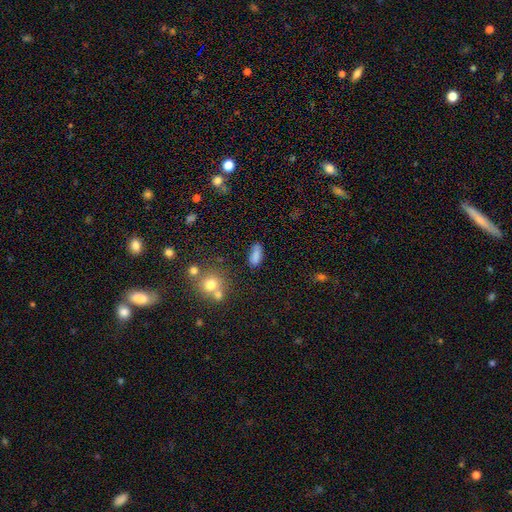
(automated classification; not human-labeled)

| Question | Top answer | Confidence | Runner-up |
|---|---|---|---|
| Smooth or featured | smooth | 81% | star or artifact (10%) |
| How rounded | in between | 81% | cigar-shaped (15%) |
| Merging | none | 71% | minor disturbance (17%) |